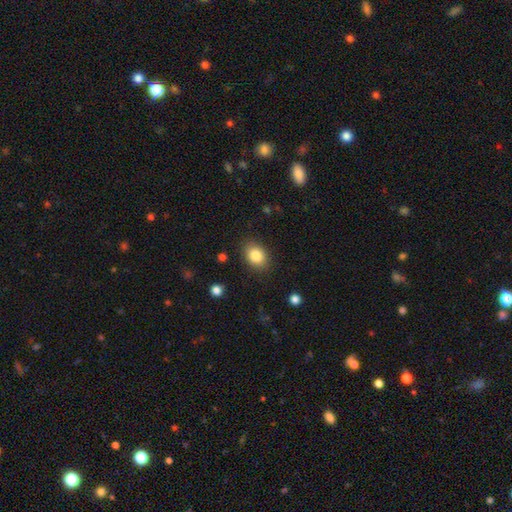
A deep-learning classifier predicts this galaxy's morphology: This is clearly a smooth galaxy (84%). How rounded: likely in between (63%). Merging: clearly none (86%).